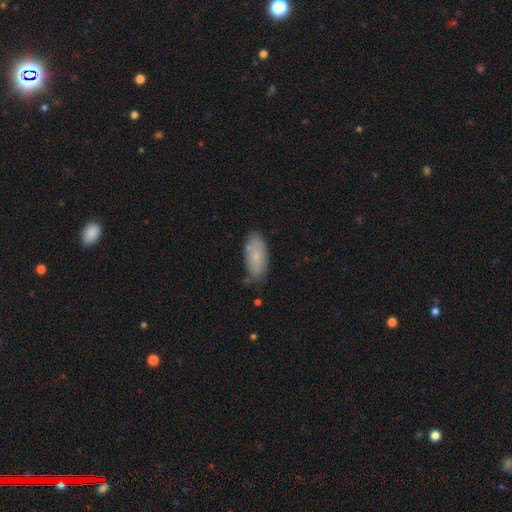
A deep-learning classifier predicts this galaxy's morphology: Smooth or featured: smooth — 76% (featured or disk — 17%)
How rounded: in between — 85% (cigar-shaped — 13%)
Merging: none — 72% (minor disturbance — 21%)